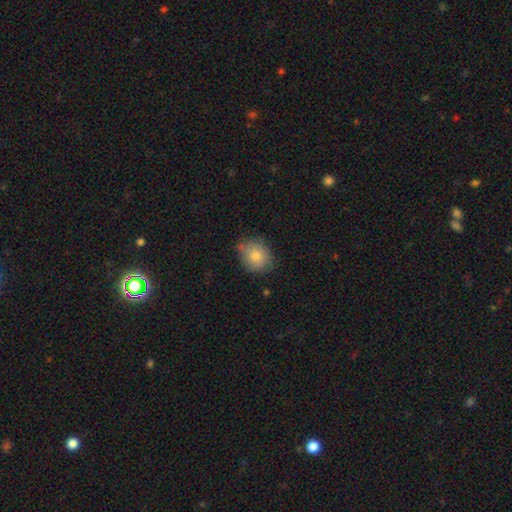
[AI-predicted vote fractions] A smooth galaxy with no disk features (79%) that is round (61%). Merging: none (71%).